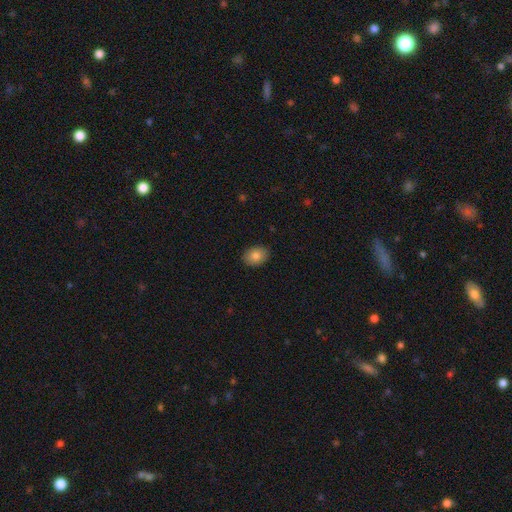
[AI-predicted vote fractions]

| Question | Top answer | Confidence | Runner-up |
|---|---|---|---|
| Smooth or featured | smooth | 83% | featured or disk (8%) |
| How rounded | in between | 68% | round (31%) |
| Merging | none | 89% | minor disturbance (8%) |